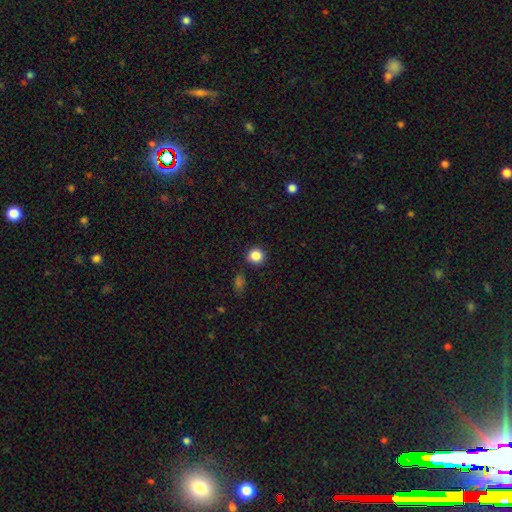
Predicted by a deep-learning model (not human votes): Smooth or featured?
  - smooth: 85% *
  - star or artifact: 10%
  - featured or disk: 4%
How rounded?
  - round: 89% *
  - in between: 10%
  - cigar-shaped: 1%
Merging?
  - none: 87% *
  - minor disturbance: 7%
  - merger: 3%
  - major disturbance: 2%